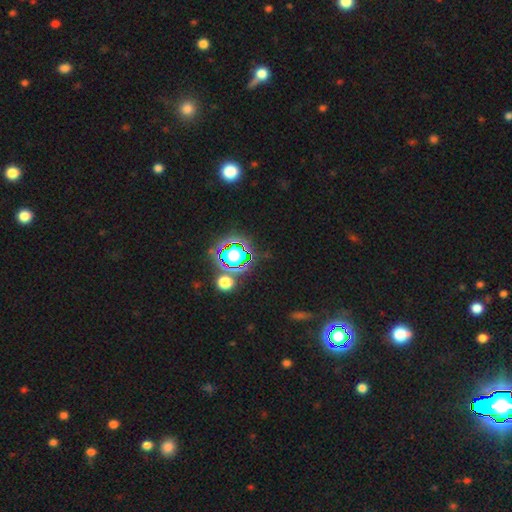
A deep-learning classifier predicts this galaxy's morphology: Smooth or featured: star or artifact — 78% (smooth — 14%)